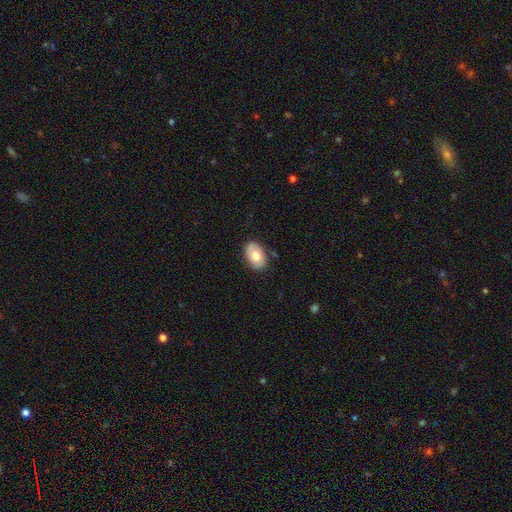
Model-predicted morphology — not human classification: This is likely a smooth galaxy (70%). How rounded: clearly in between (87%). Merging: clearly none (84%).